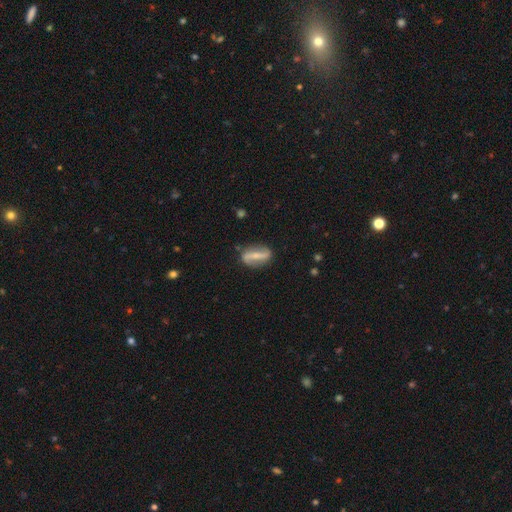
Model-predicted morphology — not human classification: Q: Smooth or featured?
A: featured or disk (73%); runner-up: smooth (21%)
Q: Edge-on disk?
A: no (90%); runner-up: yes (10%)
Q: Bar?
A: strong (64%); runner-up: weak (22%)
Q: Spiral arms?
A: yes (81%); runner-up: no (19%)
Q: Spiral winding?
A: loose (69%); runner-up: medium (20%)
Q: Spiral arm count?
A: 2 (91%); runner-up: can't tell (4%)
Q: Bulge size?
A: small (54%); runner-up: moderate (25%)
Q: Merging?
A: none (82%); runner-up: minor disturbance (13%)